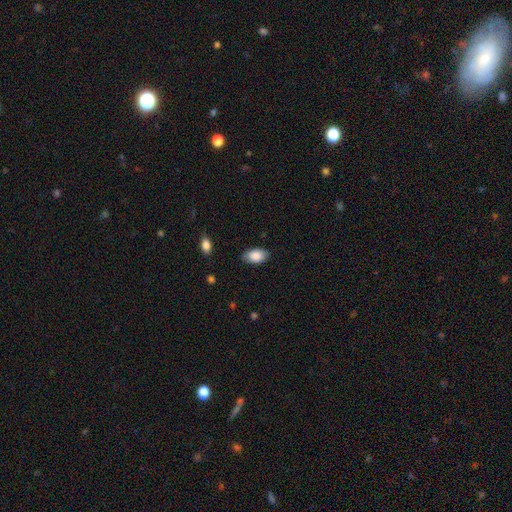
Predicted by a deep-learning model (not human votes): Q: Smooth or featured?
A: smooth (87%); runner-up: star or artifact (6%)
Q: How rounded?
A: in between (93%); runner-up: round (5%)
Q: Merging?
A: none (83%); runner-up: minor disturbance (13%)